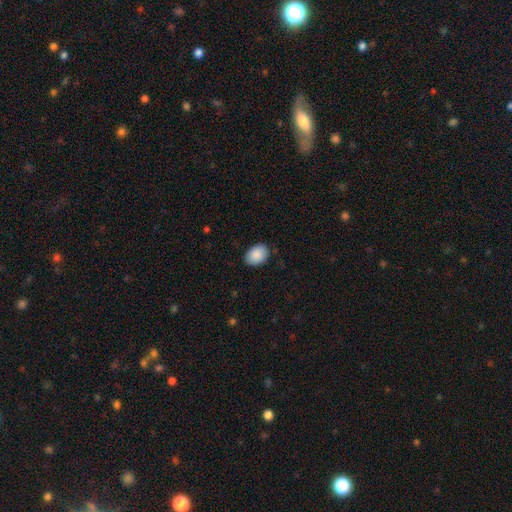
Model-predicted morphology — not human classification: Overall: smooth (89%). How rounded: in between (79%). Merging: none (84%).